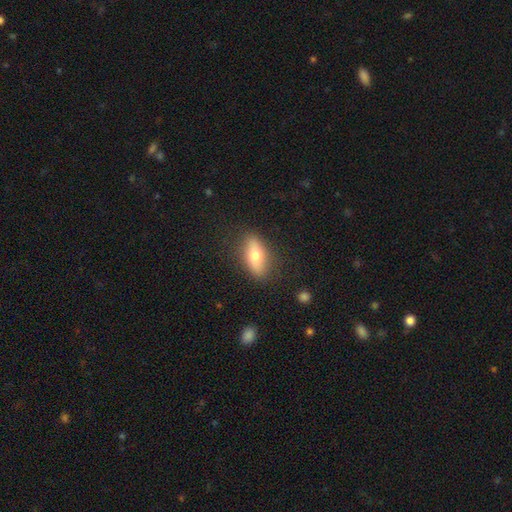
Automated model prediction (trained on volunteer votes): Q: Smooth or featured?
A: smooth (63%); runner-up: featured or disk (31%)
Q: How rounded?
A: in between (70%); runner-up: cigar-shaped (25%)
Q: Merging?
A: none (84%); runner-up: minor disturbance (12%)